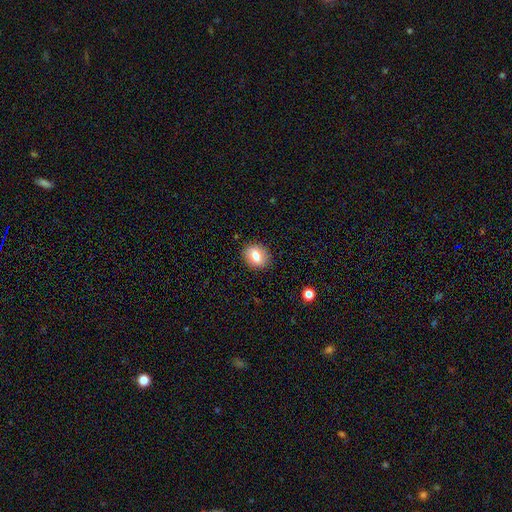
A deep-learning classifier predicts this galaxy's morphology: A smooth galaxy with no disk features (76%) that is in between round and cigar-shaped (50%).

Vote fractions:
- Smooth or featured? smooth: 76% / featured or disk: 16% / star or artifact: 9%
- How rounded? in between: 50% / round: 49% / cigar-shaped: 1%
- Merging? none: 87% / minor disturbance: 9% / major disturbance: 2% / merger: 1%